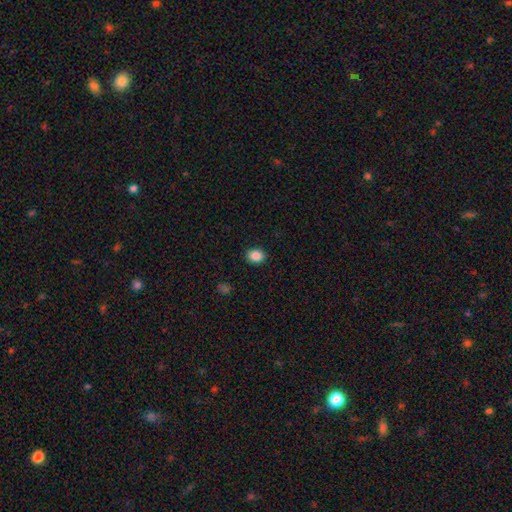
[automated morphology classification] This is clearly a smooth galaxy (87%). How rounded: possibly in between (52%). Merging: clearly none (90%).